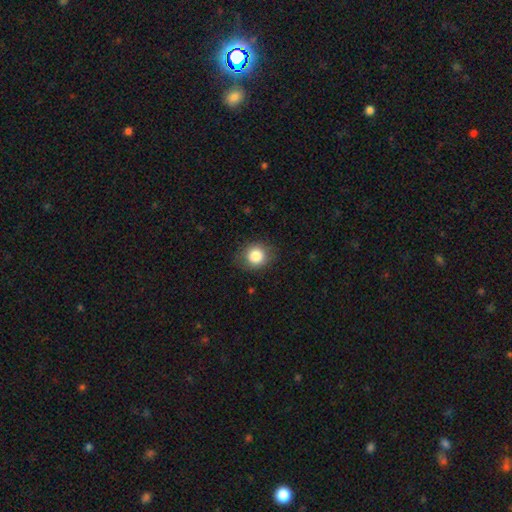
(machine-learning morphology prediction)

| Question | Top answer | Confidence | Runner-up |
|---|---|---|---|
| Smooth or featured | smooth | 84% | star or artifact (10%) |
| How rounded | round | 82% | in between (17%) |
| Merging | none | 85% | minor disturbance (11%) |